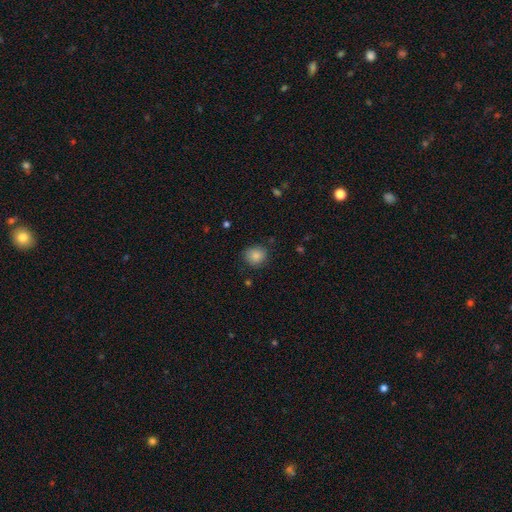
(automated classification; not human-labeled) This is clearly a smooth galaxy (85%). How rounded: likely round (80%). Merging: clearly none (81%).